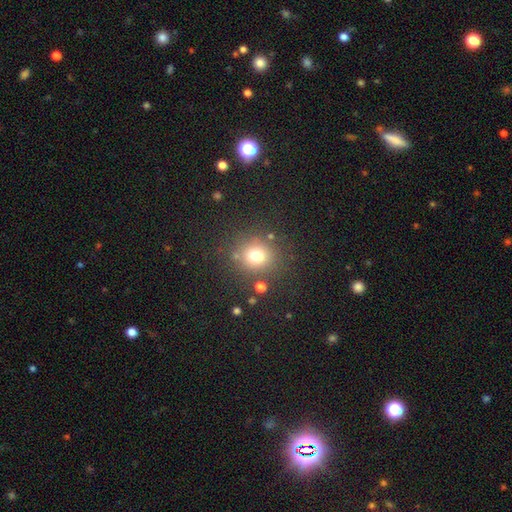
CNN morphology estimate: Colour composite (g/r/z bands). It shows a smooth galaxy with no disk features (74%) that is round (89%). Merging: none (82%).